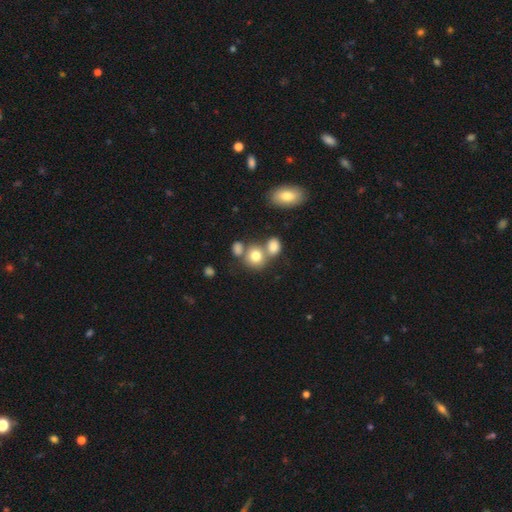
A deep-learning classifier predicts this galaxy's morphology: Overall: smooth (77%). How rounded: round (71%). Merging: none (45%; merger 40%).